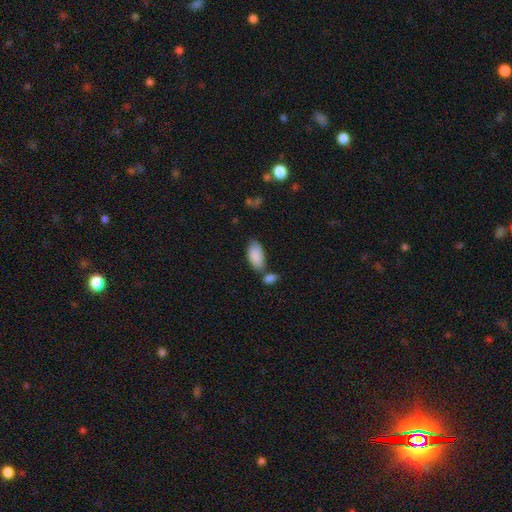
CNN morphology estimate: Smooth or featured?
  - smooth: 87% *
  - featured or disk: 7%
  - star or artifact: 6%
How rounded?
  - in between: 93% *
  - cigar-shaped: 5%
  - round: 2%
Merging?
  - none: 54% *
  - merger: 23%
  - minor disturbance: 18%
  - major disturbance: 5%